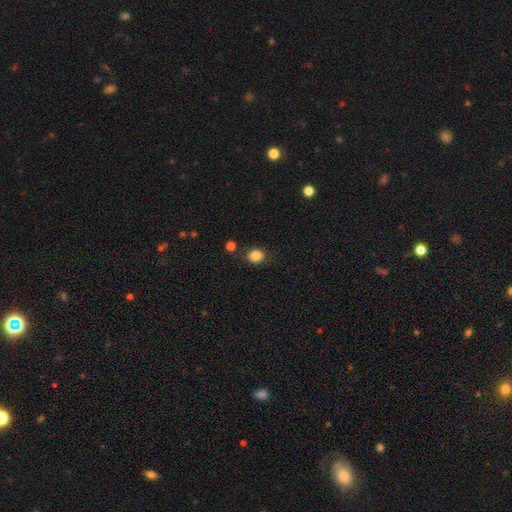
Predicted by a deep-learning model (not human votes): smooth 84%, star or artifact 11%, featured or disk 5%. Down the decision tree: how rounded — round (71%); merging — none (78%).